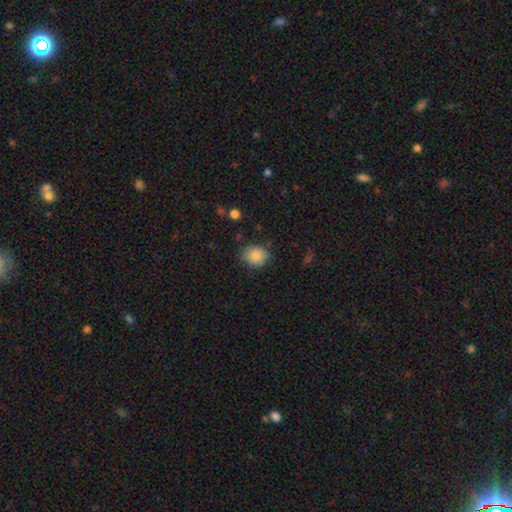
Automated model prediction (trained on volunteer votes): Smooth or featured?
  - smooth: 85% *
  - star or artifact: 9%
  - featured or disk: 6%
How rounded?
  - round: 62% *
  - in between: 37%
  - cigar-shaped: 1%
Merging?
  - none: 78% *
  - minor disturbance: 17%
  - major disturbance: 4%
  - merger: 2%